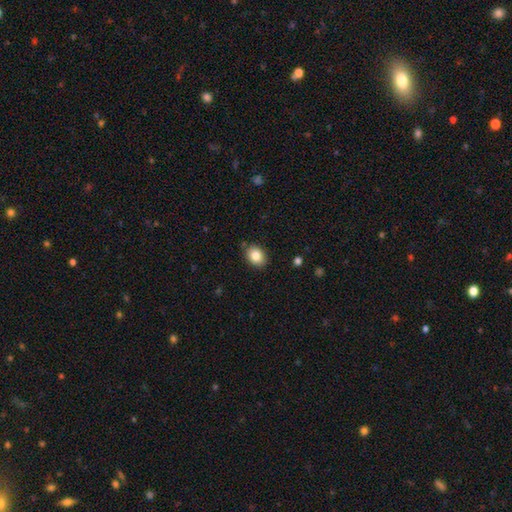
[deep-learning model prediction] Q: Smooth or featured?
A: smooth (84%); runner-up: star or artifact (9%)
Q: How rounded?
A: in between (62%); runner-up: round (37%)
Q: Merging?
A: none (85%); runner-up: minor disturbance (11%)